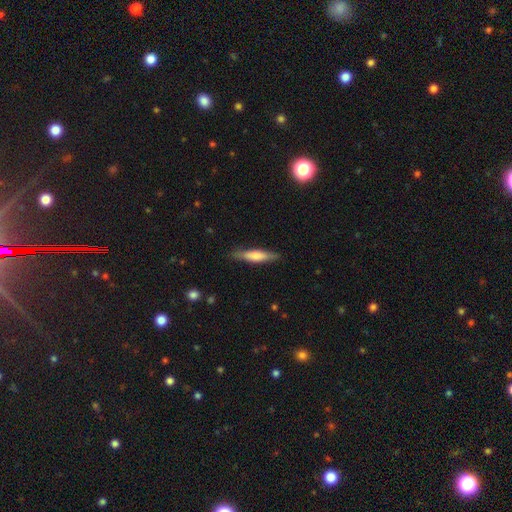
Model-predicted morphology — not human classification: Q: Smooth or featured?
A: smooth (60%); runner-up: featured or disk (34%)
Q: How rounded?
A: cigar-shaped (82%); runner-up: in between (16%)
Q: Merging?
A: none (85%); runner-up: minor disturbance (11%)